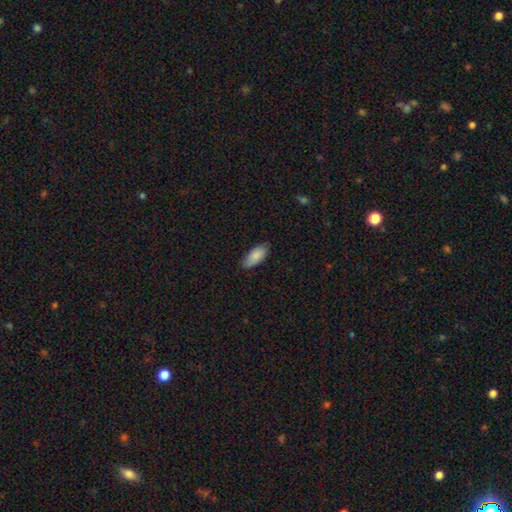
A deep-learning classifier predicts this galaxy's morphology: Smooth or featured? Predicted: smooth (p=0.85). How rounded? Predicted: in between (p=0.88). Merging? Predicted: none (p=0.76).